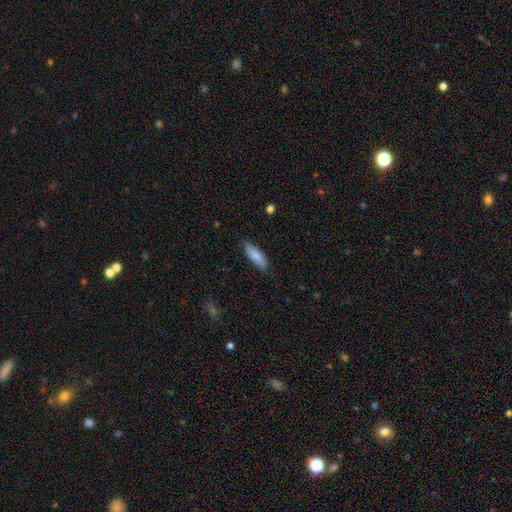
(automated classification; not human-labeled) Smooth or featured?
  - smooth: 80% *
  - featured or disk: 14%
  - star or artifact: 6%
How rounded?
  - cigar-shaped: 53% *
  - in between: 45%
  - round: 2%
Merging?
  - none: 83% *
  - minor disturbance: 14%
  - major disturbance: 2%
  - merger: 1%